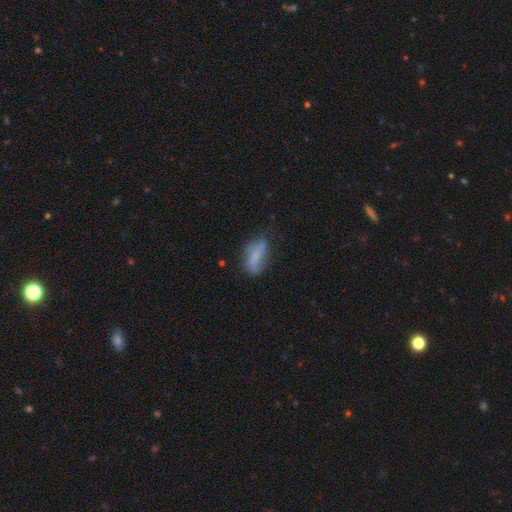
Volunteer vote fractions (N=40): A smooth galaxy with no disk features (60%) that is in between round and cigar-shaped (88%). Merging: minor disturbance (43%).